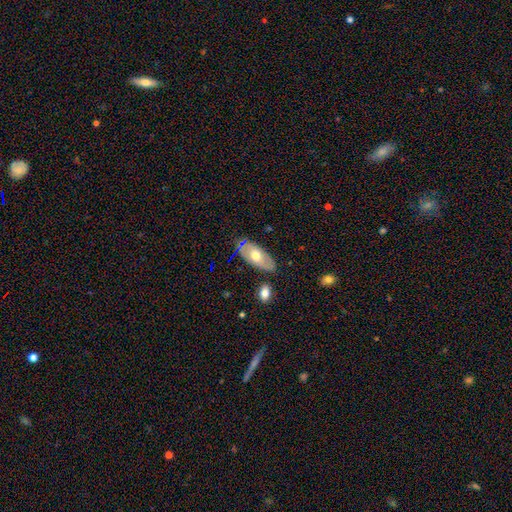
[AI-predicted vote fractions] A smooth galaxy with no disk features (55%) that is in between round and cigar-shaped (88%). Merging: none (73%).